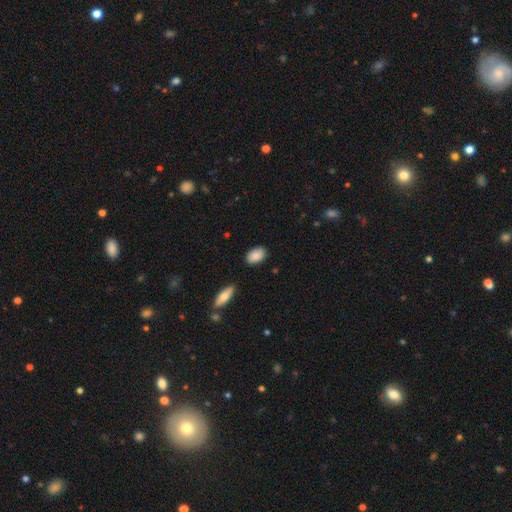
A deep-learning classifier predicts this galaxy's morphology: Smooth or featured? Predicted: smooth (p=0.87). How rounded? Predicted: in between (p=0.91). Merging? Predicted: none (p=0.85).